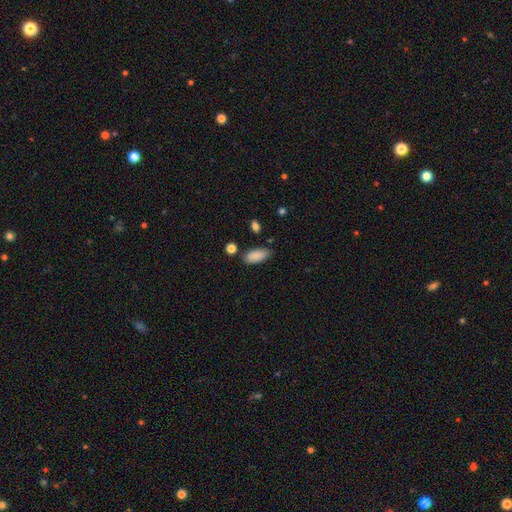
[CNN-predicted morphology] smooth 88%, star or artifact 7%, featured or disk 5%. Down the decision tree: how rounded — in between (88%); merging — none (77%).